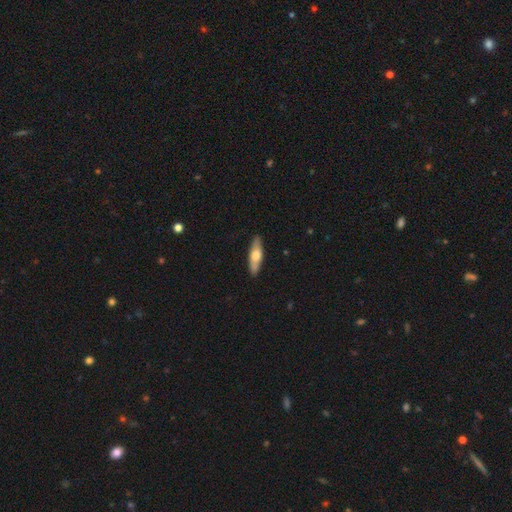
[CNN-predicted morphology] Overall: smooth (55%; featured or disk 40%). How rounded: cigar-shaped (58%; in between 40%). Merging: none (89%).